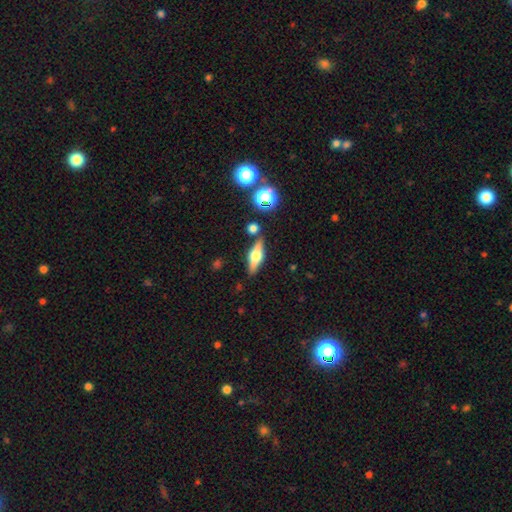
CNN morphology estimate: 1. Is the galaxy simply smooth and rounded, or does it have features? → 62% featured or disk, 30% smooth, 9% star or artifact.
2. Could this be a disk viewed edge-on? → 94% yes, 6% no.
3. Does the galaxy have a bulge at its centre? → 93% rounded, 5% boxy, 1% none.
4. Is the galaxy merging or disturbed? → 83% none, 9% minor disturbance, 5% merger, 3% major disturbance.